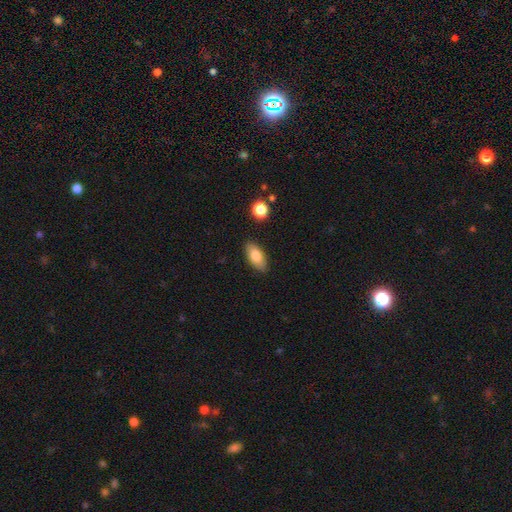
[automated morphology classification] smooth-or-featured: smooth: 79% | featured or disk: 14% | star or artifact: 7%
  how-rounded: in between: 89% | cigar-shaped: 7% | round: 4%
  merging: none: 86% | minor disturbance: 11% | major disturbance: 2% | merger: 2%